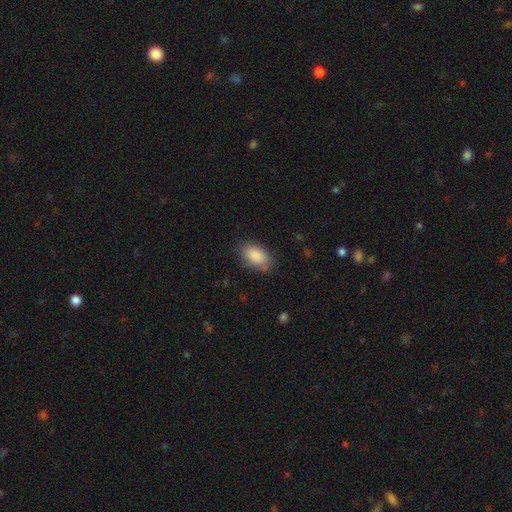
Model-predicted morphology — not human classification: A smooth galaxy with no disk features (88%) that is in between round and cigar-shaped (92%). Merging: none (81%).